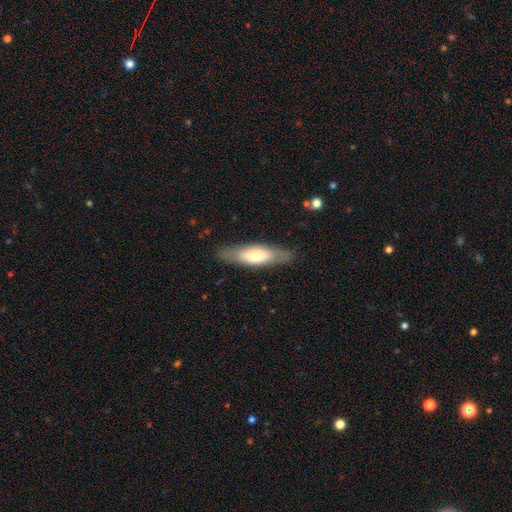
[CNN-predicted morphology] The model was most divided on "how rounded": in between: 51%, cigar-shaped: 47%, round: 2%. More confident: merging — none (83%); smooth or featured — smooth (57%).